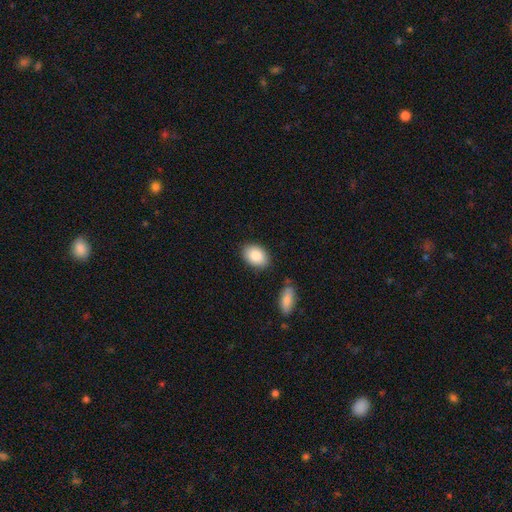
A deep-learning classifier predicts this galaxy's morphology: Smooth or featured? Predicted: smooth (p=0.88). How rounded? Predicted: in between (p=0.85). Merging? Predicted: none (p=0.82).